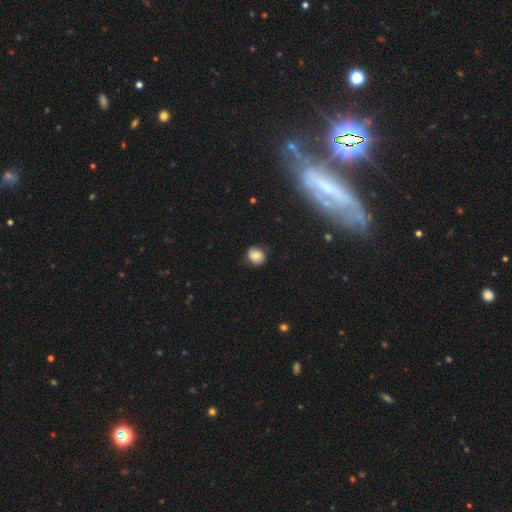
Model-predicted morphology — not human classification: type=smooth (72%); roundness=round (74%); merging=none (76%).